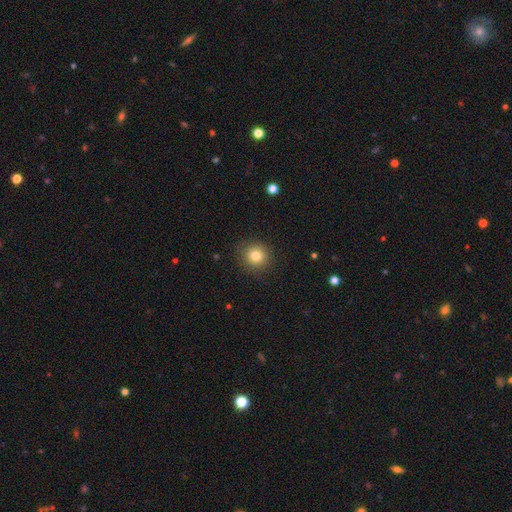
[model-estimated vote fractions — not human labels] Smooth or featured?
  - smooth: 81% *
  - star or artifact: 11%
  - featured or disk: 8%
How rounded?
  - round: 91% *
  - in between: 8%
  - cigar-shaped: 1%
Merging?
  - none: 89% *
  - minor disturbance: 8%
  - major disturbance: 3%
  - merger: 1%